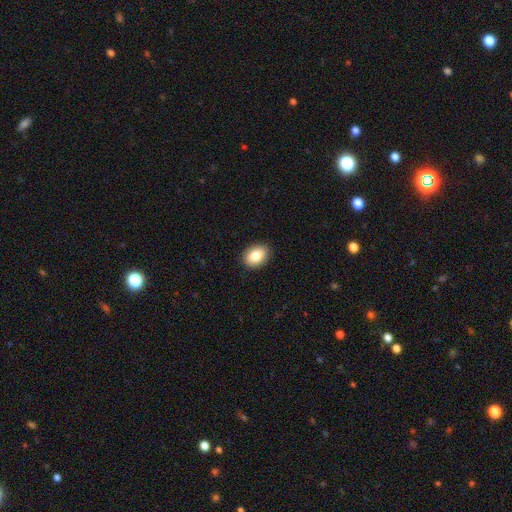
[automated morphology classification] smooth_or_featured: smooth (p=0.84) [alt: featured or disk p=0.09]
how_rounded: in between (p=0.78) [alt: round p=0.21]
merging: none (p=0.89) [alt: minor disturbance p=0.08]